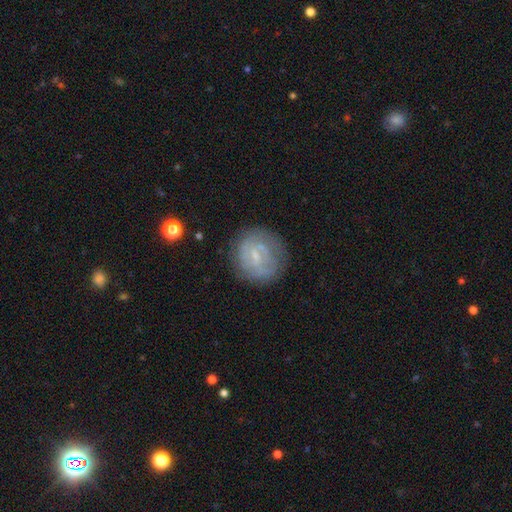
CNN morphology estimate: A featured or disk galaxy (55%) with a weak bar (52%), spiral arms (58%) and a small central bulge (64%). Merging: none (75%).